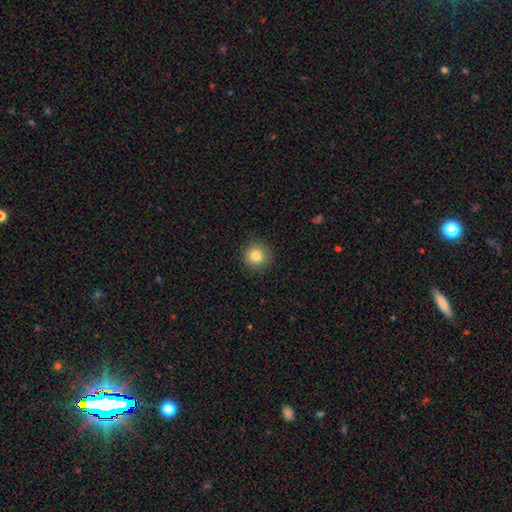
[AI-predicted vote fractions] smooth_or_featured: smooth (p=0.84) [alt: star or artifact p=0.11]
how_rounded: round (p=0.93) [alt: in between p=0.06]
merging: none (p=0.90) [alt: minor disturbance p=0.07]